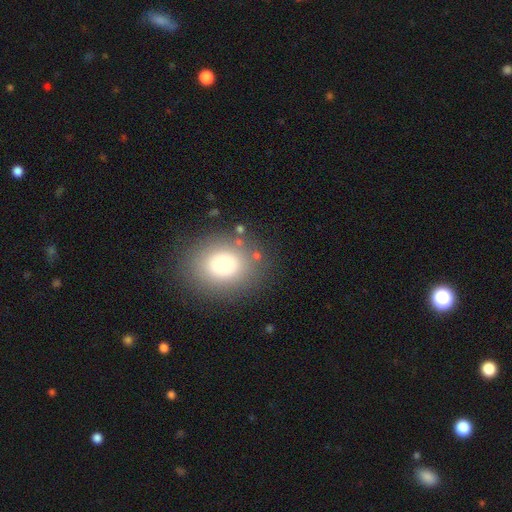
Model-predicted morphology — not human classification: Smooth or featured? smooth (71%)
How rounded? in between (52%)
Merging? none (82%)